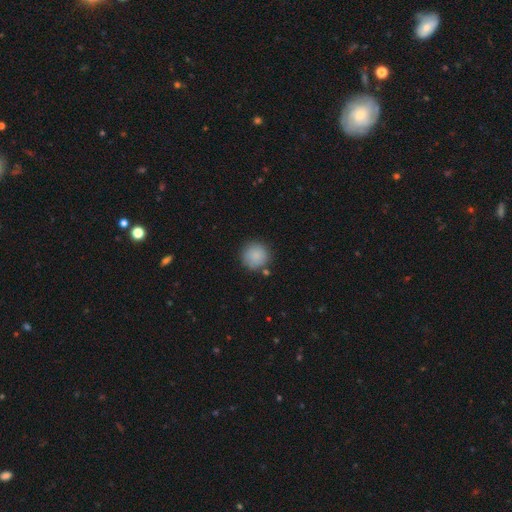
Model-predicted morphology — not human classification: Overall: smooth (88%). How rounded: round (95%). Merging: none (82%).